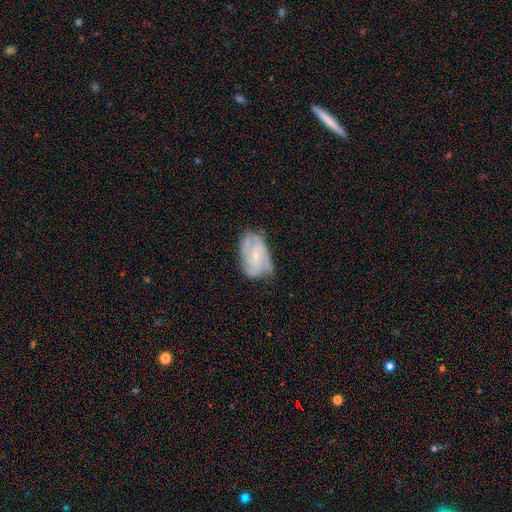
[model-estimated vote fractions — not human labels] Morphology: type=featured or disk (79%); edge-on=no (97%); bar=no (62%); spiral arms=yes (94%); winding=tight (46%); arm count=3 (39%); bulge=small (71%); merging=none (63%).